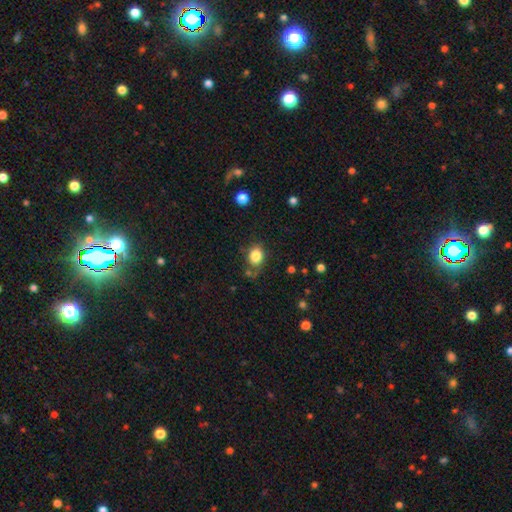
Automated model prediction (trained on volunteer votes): smooth 83%, star or artifact 10%, featured or disk 7%. Down the decision tree: how rounded — round (51%); merging — none (70%).